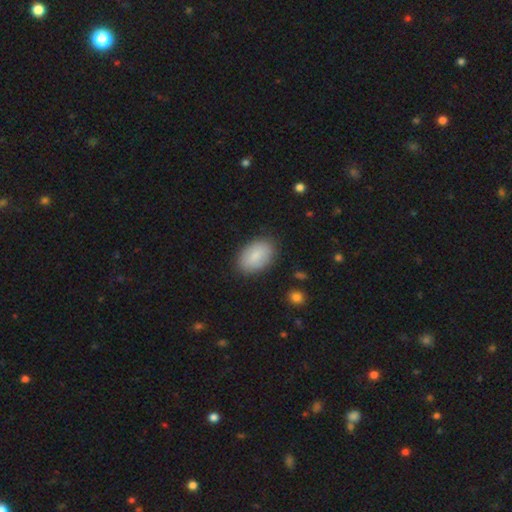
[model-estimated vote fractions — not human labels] smooth_or_featured: smooth (p=0.84) [alt: featured or disk p=0.10]
how_rounded: in between (p=0.90) [alt: round p=0.08]
merging: none (p=0.85) [alt: minor disturbance p=0.11]